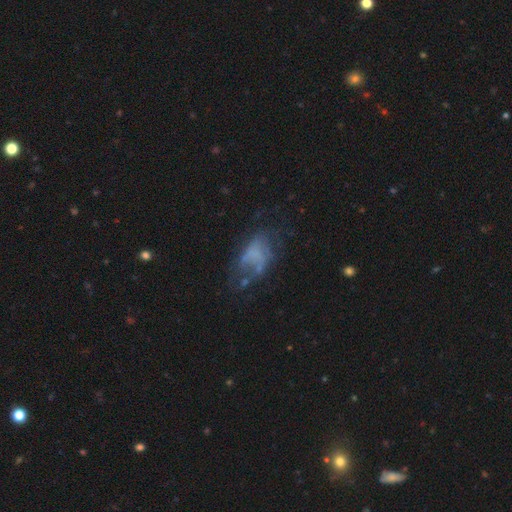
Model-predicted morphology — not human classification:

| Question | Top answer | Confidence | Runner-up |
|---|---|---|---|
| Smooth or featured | featured or disk | 48% | smooth (37%) |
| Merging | none | 36% | major disturbance (35%) |